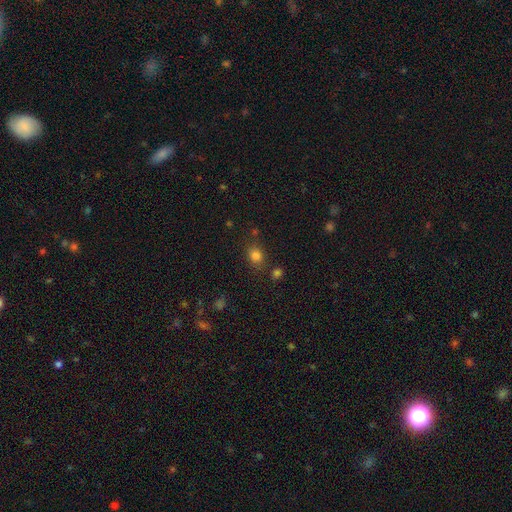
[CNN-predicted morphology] Q: Smooth or featured?
A: smooth (81%); runner-up: star or artifact (14%)
Q: How rounded?
A: round (53%); runner-up: in between (46%)
Q: Merging?
A: none (77%); runner-up: minor disturbance (13%)